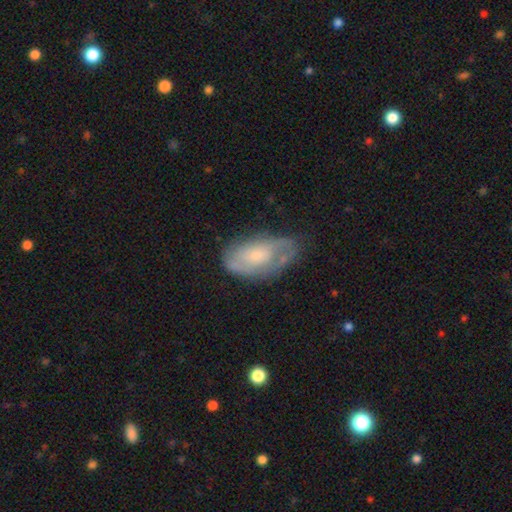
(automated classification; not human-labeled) The model was most divided on "smooth or featured": featured or disk: 56%, smooth: 37%, star or artifact: 7%. More confident: edge-on disk — no (94%); bar — no (72%); spiral arms — yes (68%); bulge size — small (61%); merging — none (55%).